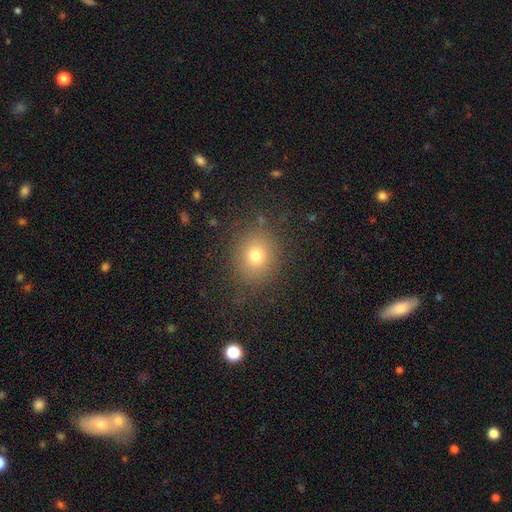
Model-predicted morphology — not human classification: smooth 74%, star or artifact 15%, featured or disk 10%. Down the decision tree: how rounded — round (71%); merging — none (85%).